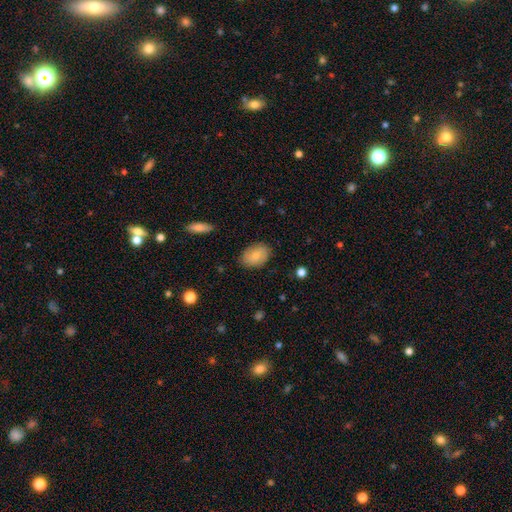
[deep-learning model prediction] smooth_or_featured: smooth (p=0.82) [alt: featured or disk p=0.12]
how_rounded: in between (p=0.86) [alt: round p=0.13]
merging: none (p=0.83) [alt: minor disturbance p=0.13]